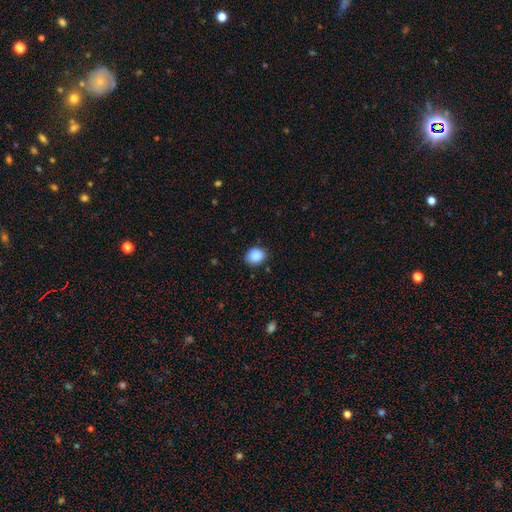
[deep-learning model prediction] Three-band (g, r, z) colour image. It shows a smooth galaxy with no disk features (88%) that is round (64%). Merging: none (84%).